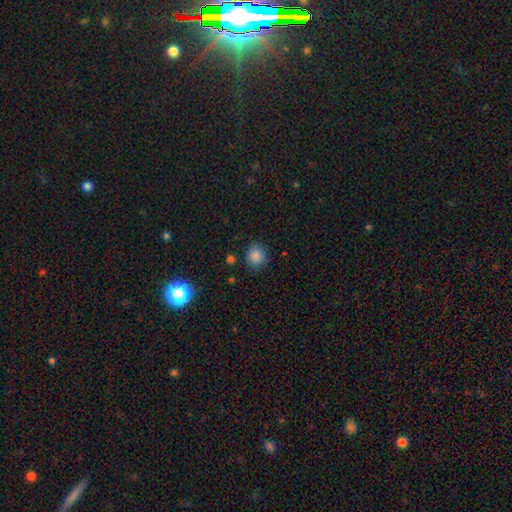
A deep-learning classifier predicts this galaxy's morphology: Smooth or featured? Predicted: smooth (p=0.84). How rounded? Predicted: round (p=0.83). Merging? Predicted: none (p=0.84).